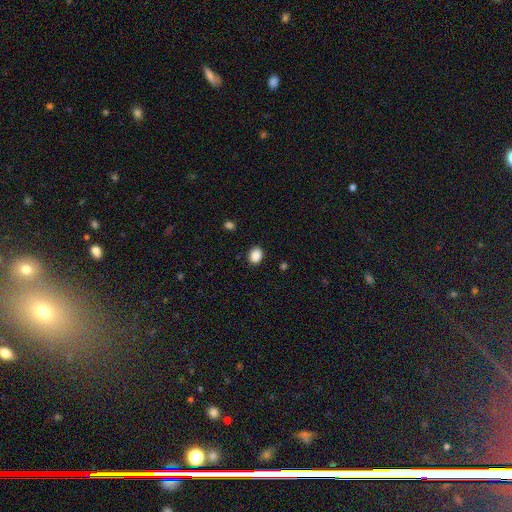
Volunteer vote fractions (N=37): Overall: smooth (97%). How rounded: round (64%; in between 36%). Merging: none (94%).